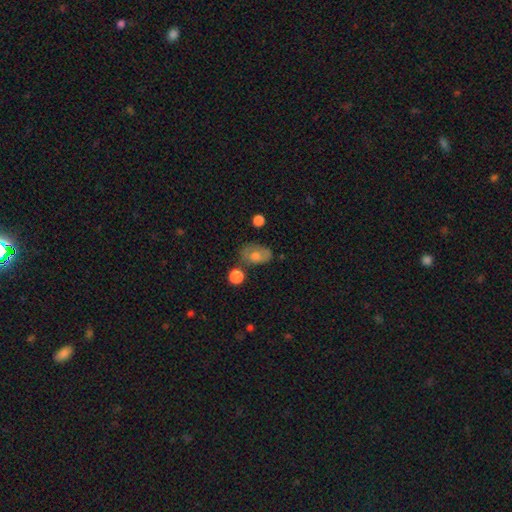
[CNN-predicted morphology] This appears to be a smooth galaxy with no disk features (61%) that is in between round and cigar-shaped (79%). Merging: none (62%).